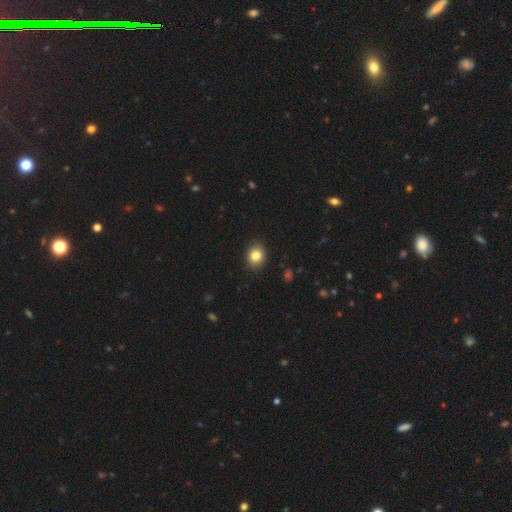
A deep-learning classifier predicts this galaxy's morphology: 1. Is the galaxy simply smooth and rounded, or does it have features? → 84% smooth, 10% star or artifact, 7% featured or disk.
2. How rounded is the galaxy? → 54% round, 45% in between, 1% cigar-shaped.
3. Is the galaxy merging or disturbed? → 89% none, 8% minor disturbance, 2% major disturbance, 1% merger.